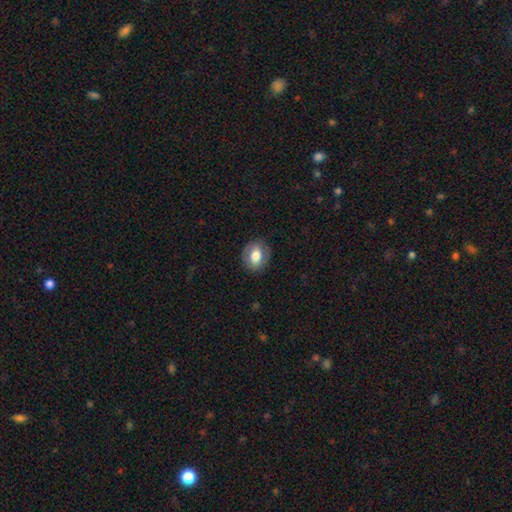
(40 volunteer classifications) Overall: smooth (45%, tied with featured or disk). How rounded: round (56%; in between 44%). Merging: none (75%).